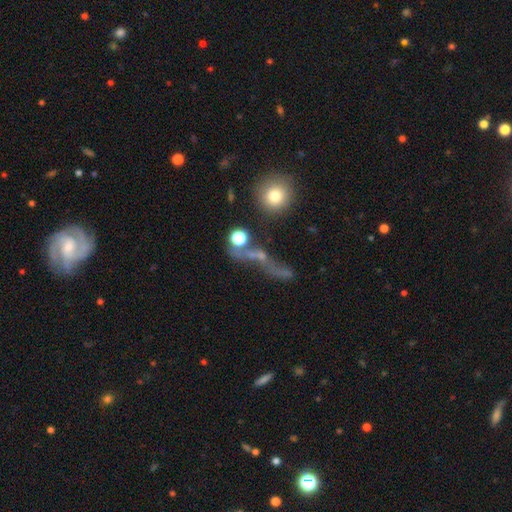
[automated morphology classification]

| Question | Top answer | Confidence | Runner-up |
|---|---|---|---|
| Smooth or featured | smooth | 37% | featured or disk (35%) |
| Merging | none | 45% | major disturbance (24%) |